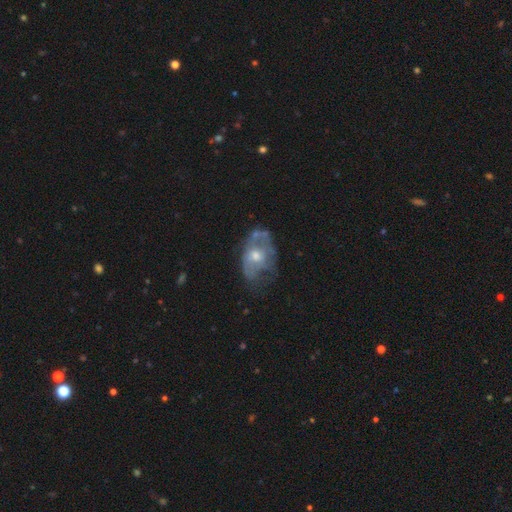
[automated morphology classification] The model was most divided on "spiral arms": no: 53%, yes: 47%. Remaining: edge-on disk — no (95%); bar — no (78%); smooth or featured — featured or disk (65%); bulge size — moderate (62%); merging — none (44%).